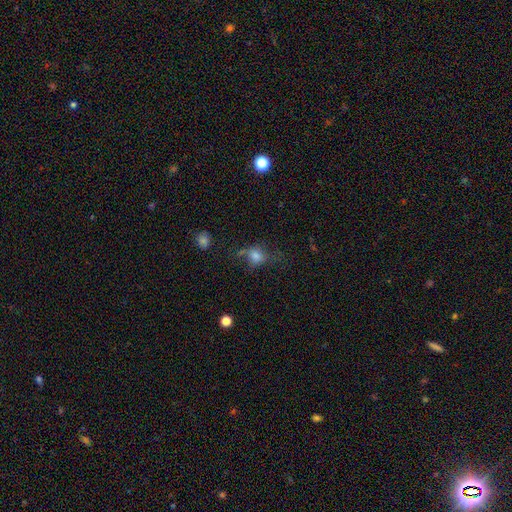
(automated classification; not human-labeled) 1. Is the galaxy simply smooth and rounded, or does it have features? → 68% smooth, 16% featured or disk, 16% star or artifact.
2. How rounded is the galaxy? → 53% round, 45% in between, 2% cigar-shaped.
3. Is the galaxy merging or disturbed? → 46% none, 24% minor disturbance, 23% major disturbance, 7% merger.